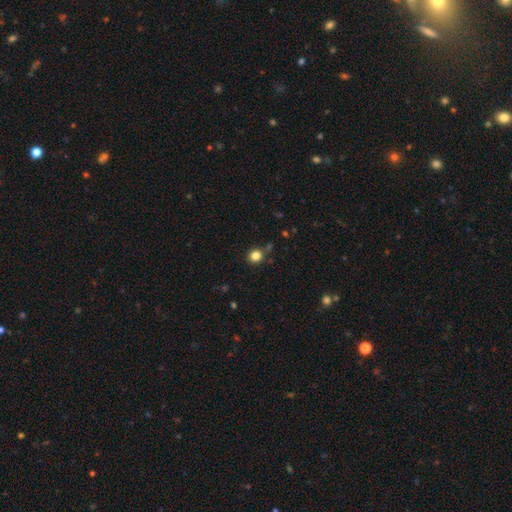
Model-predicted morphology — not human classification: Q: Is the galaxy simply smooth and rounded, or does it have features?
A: smooth — 82%.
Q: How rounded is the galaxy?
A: round — 88%.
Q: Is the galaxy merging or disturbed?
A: none — 82%.